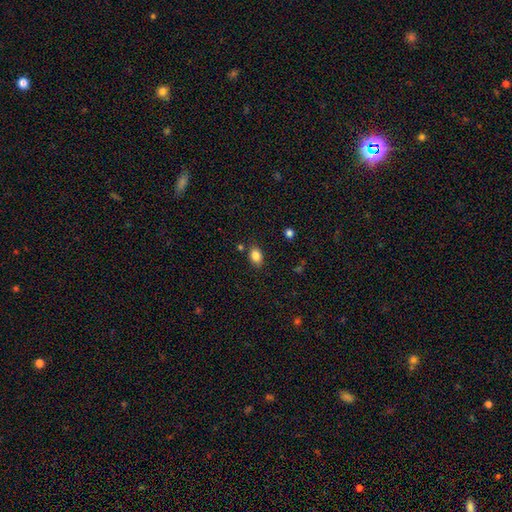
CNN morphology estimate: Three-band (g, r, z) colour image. It shows a smooth galaxy with no disk features (85%) that is in between round and cigar-shaped (79%). Merging: none (82%).